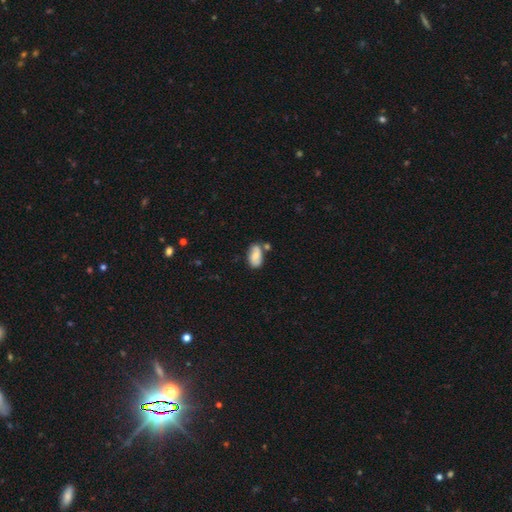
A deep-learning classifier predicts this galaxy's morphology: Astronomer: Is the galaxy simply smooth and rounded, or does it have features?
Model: smooth — 63%.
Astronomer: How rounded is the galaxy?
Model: in between — 92%.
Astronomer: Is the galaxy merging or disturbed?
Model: none — 57%.